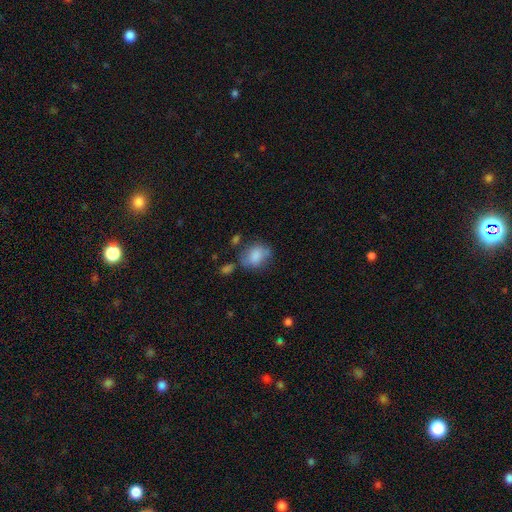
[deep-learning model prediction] smooth_or_featured: smooth (p=0.79) [alt: featured or disk p=0.13]
how_rounded: in between (p=0.54) [alt: round p=0.44]
merging: none (p=0.53) [alt: minor disturbance p=0.26]